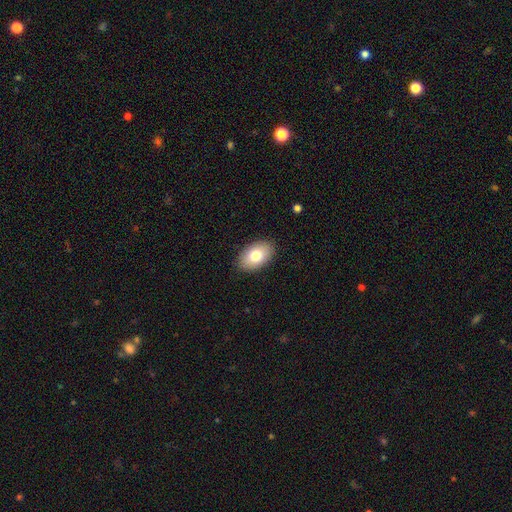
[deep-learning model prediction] This is likely a smooth galaxy (79%). How rounded: clearly in between (93%). Merging: clearly none (88%).